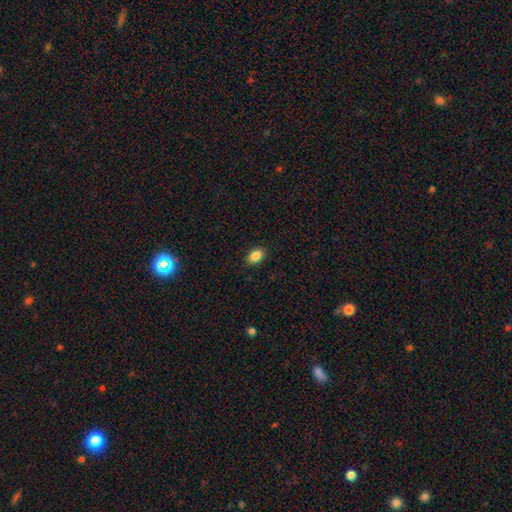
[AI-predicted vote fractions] This appears to be a smooth galaxy with no disk features (86%) that is in between round and cigar-shaped (82%). Merging: none (89%).